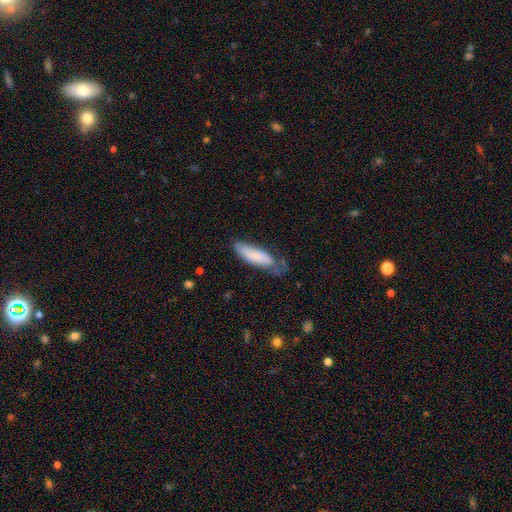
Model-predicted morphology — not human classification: The model was most divided on "merging": minor disturbance: 39%, none: 37%, major disturbance: 20%, merger: 3%. More confident: smooth or featured — smooth (76%); how rounded — cigar-shaped (51%).